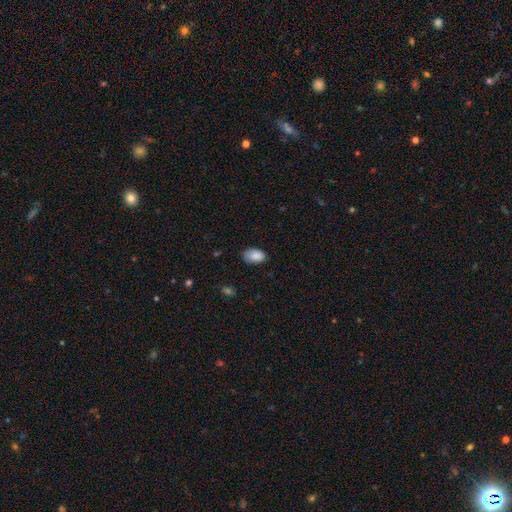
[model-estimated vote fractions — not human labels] Smooth or featured? smooth (86%)
How rounded? in between (91%)
Merging? none (71%)